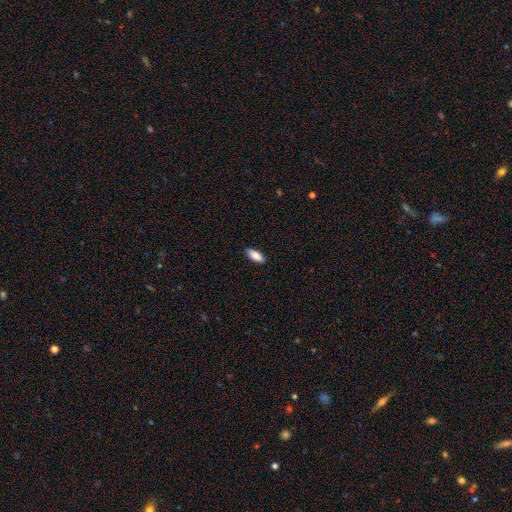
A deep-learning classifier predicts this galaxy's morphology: A smooth galaxy with no disk features (87%) that is in between round and cigar-shaped (78%).

Vote fractions:
- Smooth or featured? smooth: 87% / featured or disk: 7% / star or artifact: 6%
- How rounded? in between: 78% / cigar-shaped: 20% / round: 2%
- Merging? none: 89% / minor disturbance: 8% / major disturbance: 2% / merger: 1%